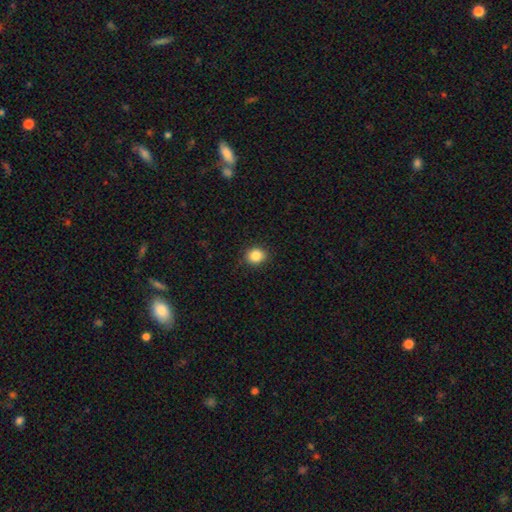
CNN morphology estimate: smooth_or_featured: smooth (p=0.85) [alt: star or artifact p=0.10]
how_rounded: round (p=0.71) [alt: in between p=0.28]
merging: none (p=0.89) [alt: minor disturbance p=0.08]